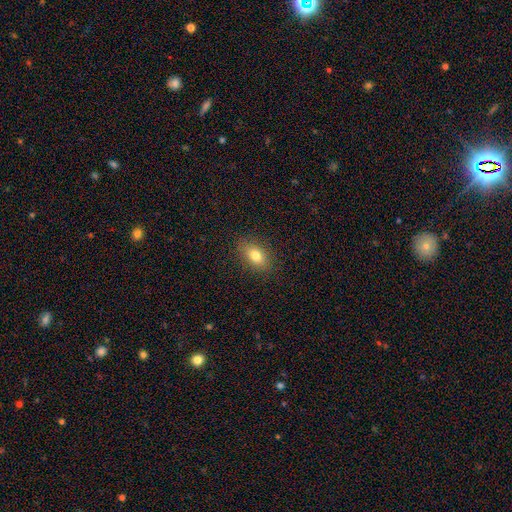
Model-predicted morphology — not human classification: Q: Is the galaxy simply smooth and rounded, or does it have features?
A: smooth — 79%.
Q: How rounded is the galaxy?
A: in between — 85%.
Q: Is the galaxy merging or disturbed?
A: none — 87%.